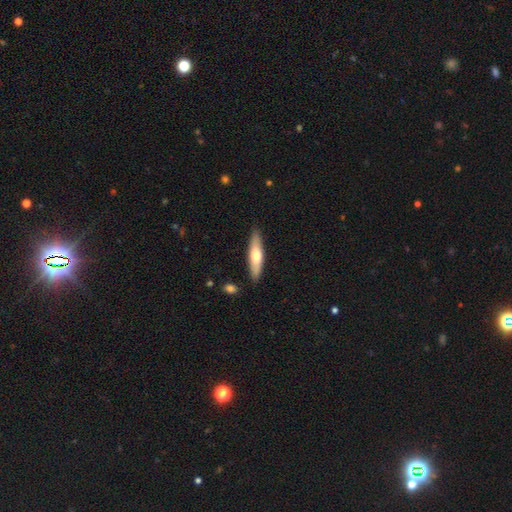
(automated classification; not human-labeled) smooth-or-featured: smooth: 59% | featured or disk: 36% | star or artifact: 5%
  how-rounded: cigar-shaped: 71% | in between: 27% | round: 2%
  merging: none: 87% | minor disturbance: 9% | merger: 2% | major disturbance: 2%